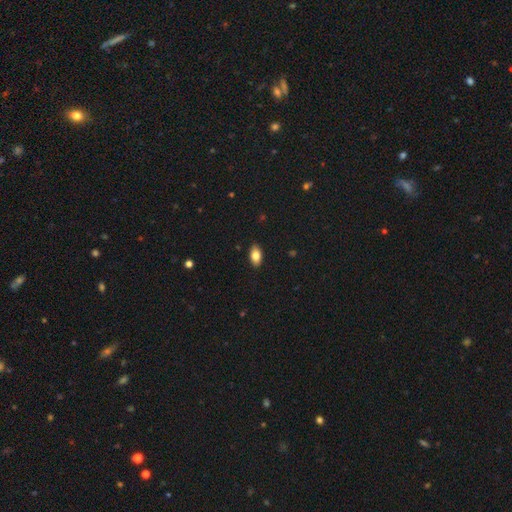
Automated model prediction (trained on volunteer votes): The model was most divided on "smooth or featured": smooth: 82%, featured or disk: 10%, star or artifact: 8%. More confident: how rounded — in between (92%); merging — none (89%).